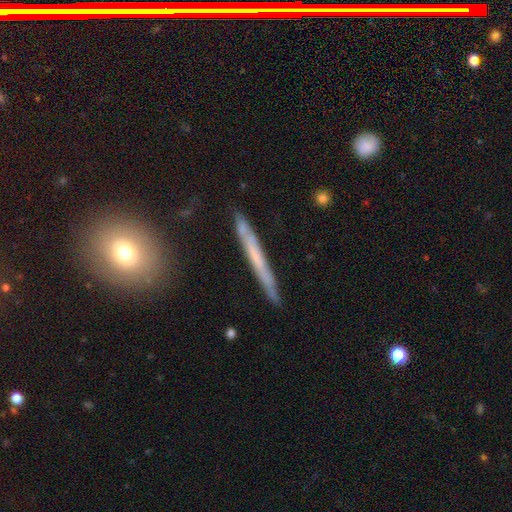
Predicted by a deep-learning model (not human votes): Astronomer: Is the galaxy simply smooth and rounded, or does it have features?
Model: featured or disk — 50% (runner-up: smooth, 43%).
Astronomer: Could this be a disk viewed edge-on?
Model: yes — 94%.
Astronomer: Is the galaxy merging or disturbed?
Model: none — 86%.